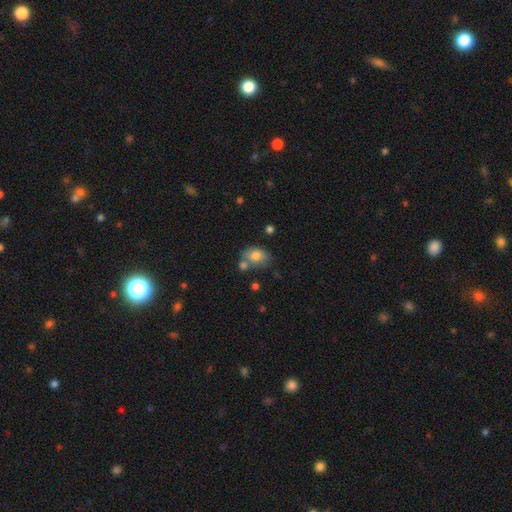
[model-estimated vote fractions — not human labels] Smooth or featured? Predicted: smooth (p=0.77). How rounded? Predicted: in between (p=0.68). Merging? Predicted: none (p=0.52).